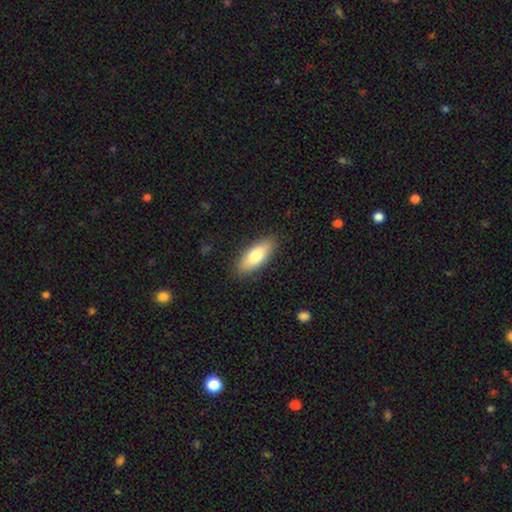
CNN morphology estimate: Smooth or featured: smooth — 78% (featured or disk — 16%)
How rounded: in between — 77% (cigar-shaped — 21%)
Merging: none — 87% (minor disturbance — 10%)